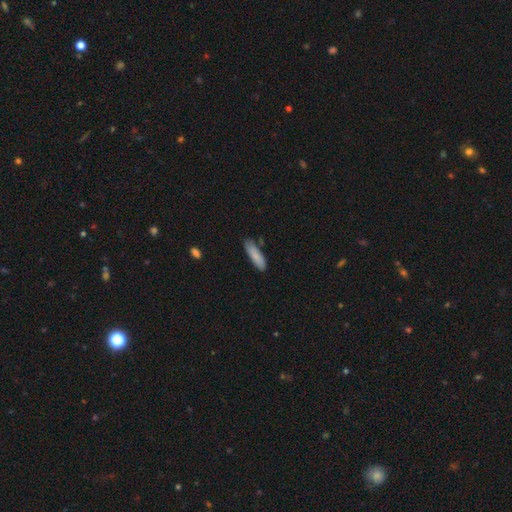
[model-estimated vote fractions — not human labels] Smooth or featured? Predicted: smooth (p=0.84). How rounded? Predicted: cigar-shaped (p=0.57). Merging? Predicted: none (p=0.77).